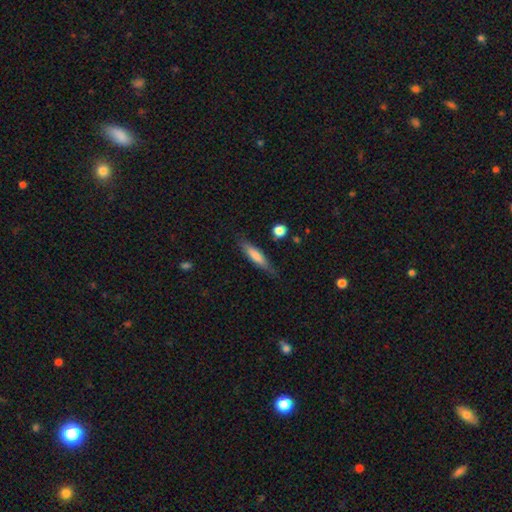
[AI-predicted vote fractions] A smooth galaxy with no disk features (70%) that is cigar-shaped (80%). Merging: none (78%).